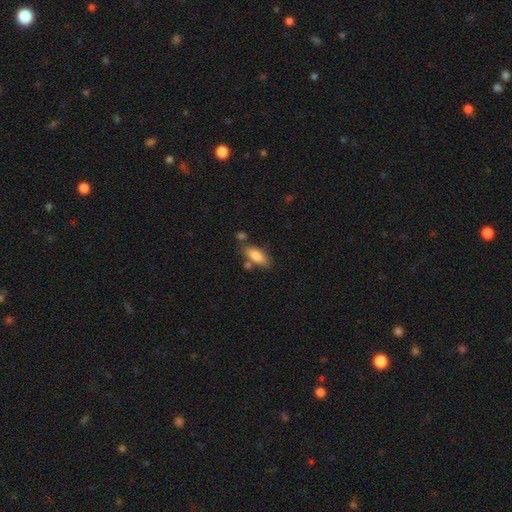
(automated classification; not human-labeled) smooth-or-featured: smooth: 82% | featured or disk: 11% | star or artifact: 7%
  how-rounded: in between: 74% | cigar-shaped: 24% | round: 2%
  merging: none: 66% | minor disturbance: 16% | merger: 13% | major disturbance: 4%